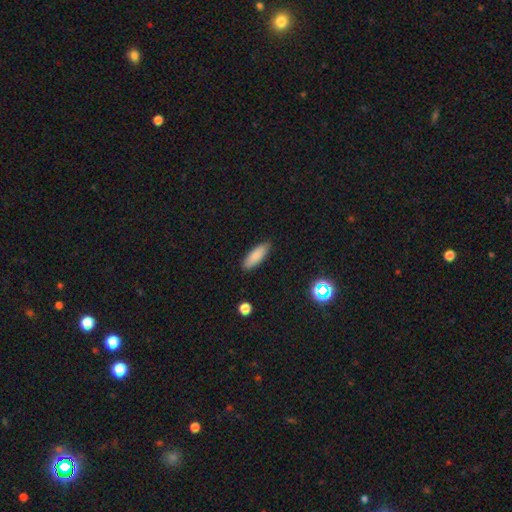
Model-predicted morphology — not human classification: A smooth galaxy with no disk features (85%) that is in between round and cigar-shaped (57%).

Vote fractions:
- Smooth or featured? smooth: 85% / star or artifact: 8% / featured or disk: 8%
- How rounded? in between: 57% / cigar-shaped: 42% / round: 2%
- Merging? none: 87% / minor disturbance: 9% / major disturbance: 2% / merger: 1%